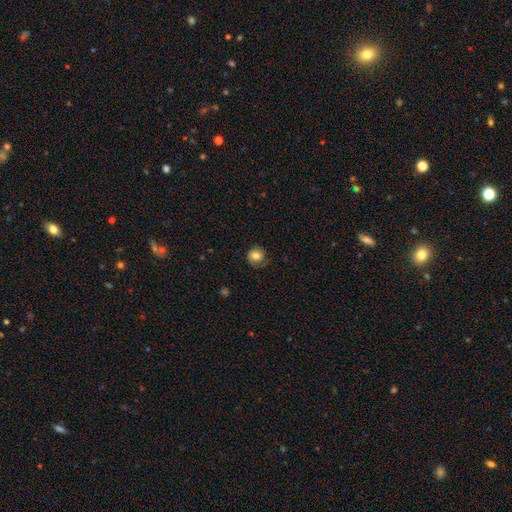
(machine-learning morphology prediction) Overall: smooth (68%). How rounded: round (82%). Merging: none (68%).